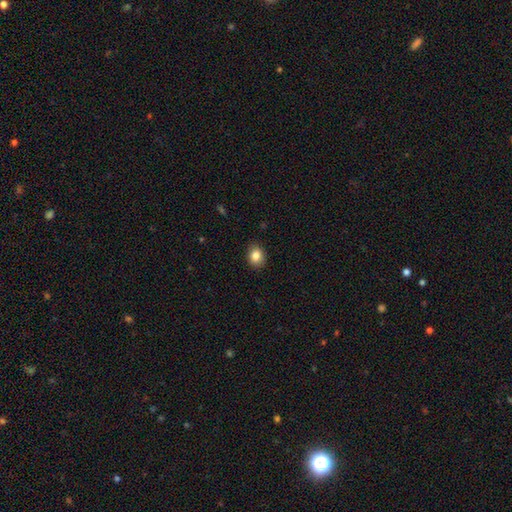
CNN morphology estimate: smooth_or_featured: smooth (p=0.85) [alt: star or artifact p=0.09]
how_rounded: in between (p=0.52) [alt: round p=0.47]
merging: none (p=0.88) [alt: minor disturbance p=0.09]